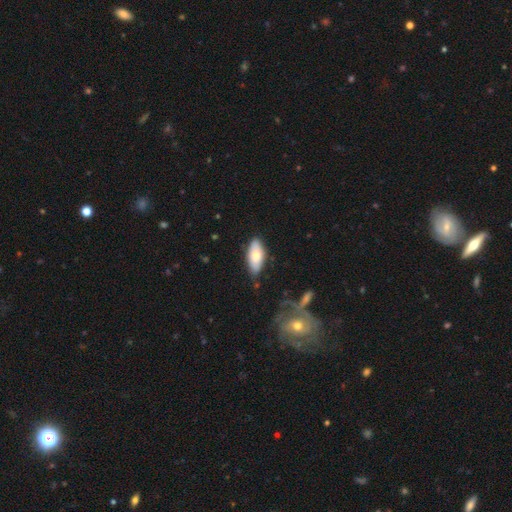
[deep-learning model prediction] smooth_or_featured: smooth (p=0.73) [alt: featured or disk p=0.21]
how_rounded: in between (p=0.86) [alt: cigar-shaped p=0.12]
merging: none (p=0.80) [alt: minor disturbance p=0.15]